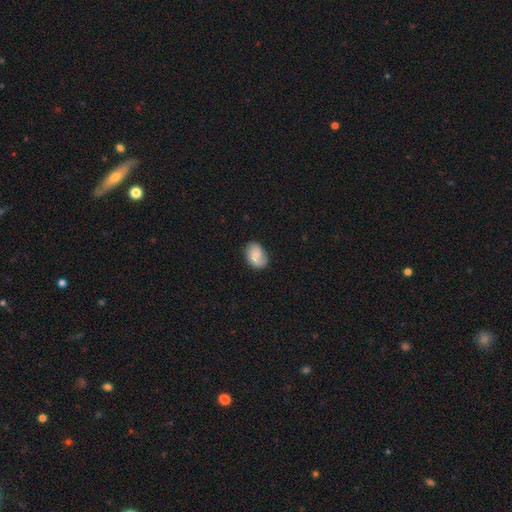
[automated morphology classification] smooth-or-featured: smooth: 67% | featured or disk: 26% | star or artifact: 7%
  how-rounded: in between: 76% | round: 23% | cigar-shaped: 1%
  merging: none: 70% | minor disturbance: 23% | major disturbance: 6% | merger: 1%